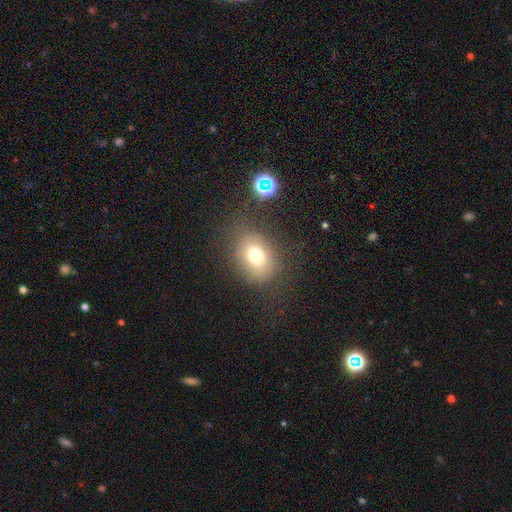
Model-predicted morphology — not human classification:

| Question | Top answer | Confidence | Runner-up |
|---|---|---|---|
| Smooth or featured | smooth | 72% | star or artifact (15%) |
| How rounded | in between | 50% | round (49%) |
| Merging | none | 73% | minor disturbance (15%) |